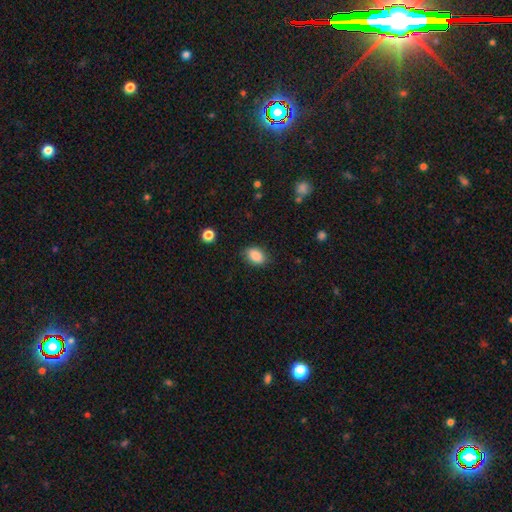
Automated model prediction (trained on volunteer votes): The model was most divided on "how rounded": in between: 80%, round: 19%, cigar-shaped: 1%. More confident: smooth or featured — smooth (88%); merging — none (81%).